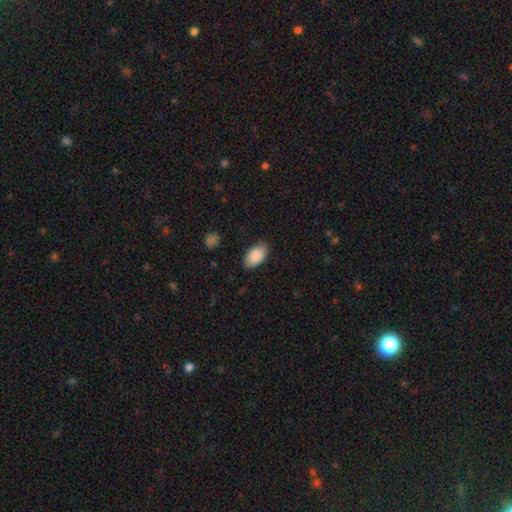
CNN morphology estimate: Q: Smooth or featured?
A: smooth (89%); runner-up: star or artifact (6%)
Q: How rounded?
A: in between (94%); runner-up: round (4%)
Q: Merging?
A: none (82%); runner-up: minor disturbance (14%)